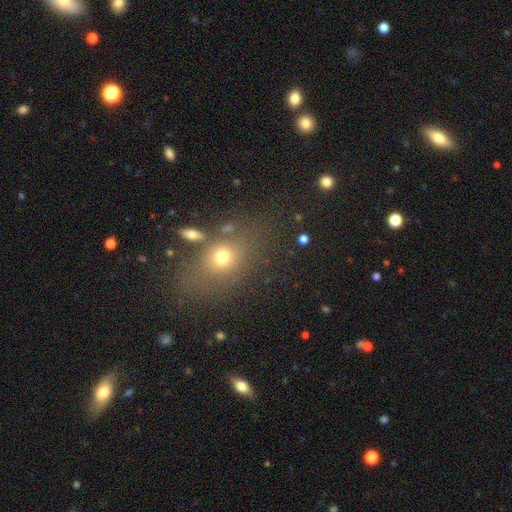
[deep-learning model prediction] Smooth or featured?
  - smooth: 60% *
  - star or artifact: 25%
  - featured or disk: 15%
How rounded?
  - in between: 60% *
  - round: 36%
  - cigar-shaped: 5%
Merging?
  - none: 77% *
  - minor disturbance: 11%
  - merger: 7%
  - major disturbance: 5%